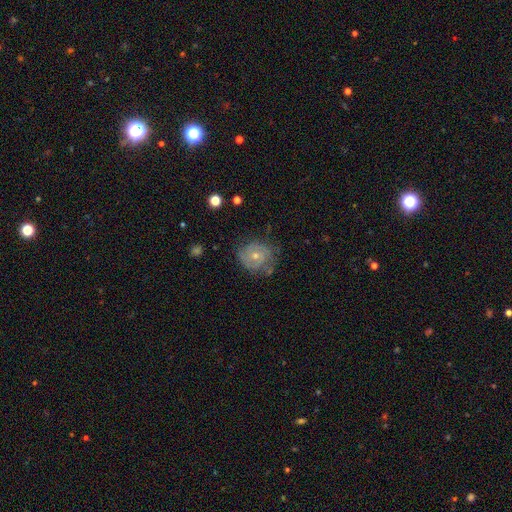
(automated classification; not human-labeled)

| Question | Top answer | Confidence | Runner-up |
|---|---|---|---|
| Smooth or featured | featured or disk | 76% | smooth (17%) |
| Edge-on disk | no | 98% | yes (2%) |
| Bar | no | 74% | weak (23%) |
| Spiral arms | yes | 91% | no (9%) |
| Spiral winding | tight | 63% | medium (29%) |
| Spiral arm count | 2 | 51% | can't tell (23%) |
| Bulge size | small | 51% | moderate (45%) |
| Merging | none | 69% | minor disturbance (22%) |